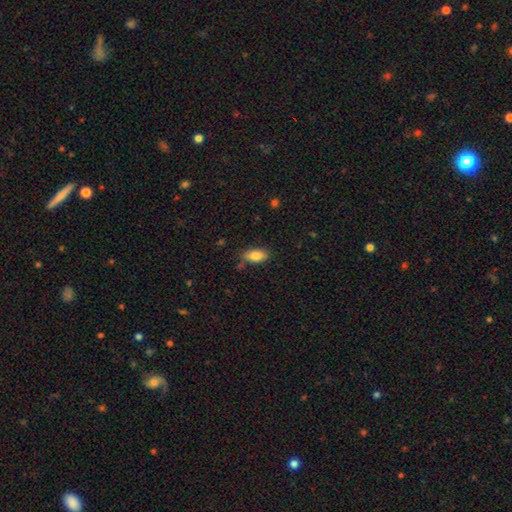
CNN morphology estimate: smooth-or-featured: smooth: 82% | featured or disk: 10% | star or artifact: 8%
  how-rounded: in between: 90% | cigar-shaped: 6% | round: 4%
  merging: none: 76% | minor disturbance: 17% | merger: 4% | major disturbance: 3%